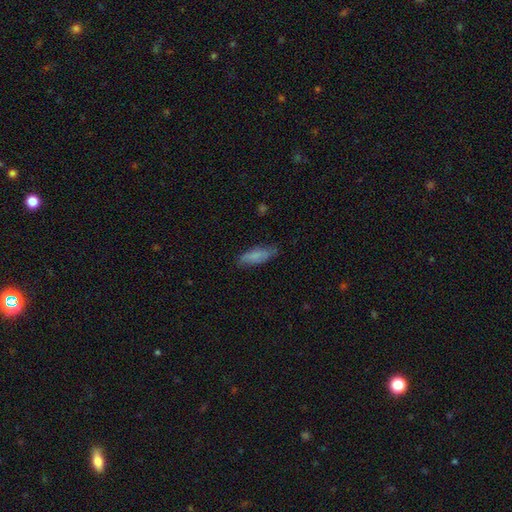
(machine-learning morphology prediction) smooth-or-featured: smooth: 76% | featured or disk: 17% | star or artifact: 7%
  how-rounded: in between: 51% | cigar-shaped: 47% | round: 2%
  merging: none: 73% | minor disturbance: 20% | major disturbance: 5% | merger: 2%